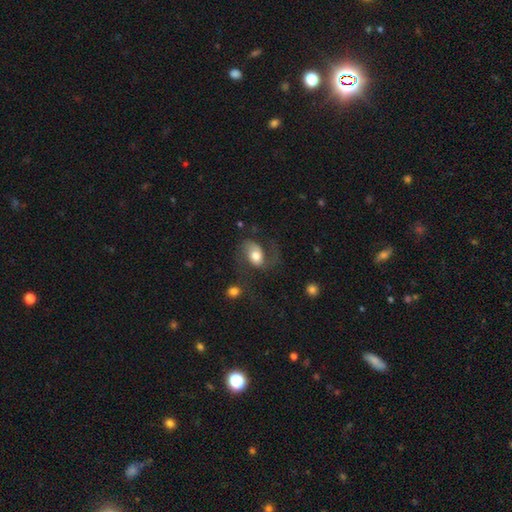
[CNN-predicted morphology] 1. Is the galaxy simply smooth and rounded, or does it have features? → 50% featured or disk, 42% smooth, 8% star or artifact.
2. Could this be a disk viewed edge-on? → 96% no, 4% yes.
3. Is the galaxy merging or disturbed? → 41% none, 33% major disturbance, 21% minor disturbance, 5% merger.